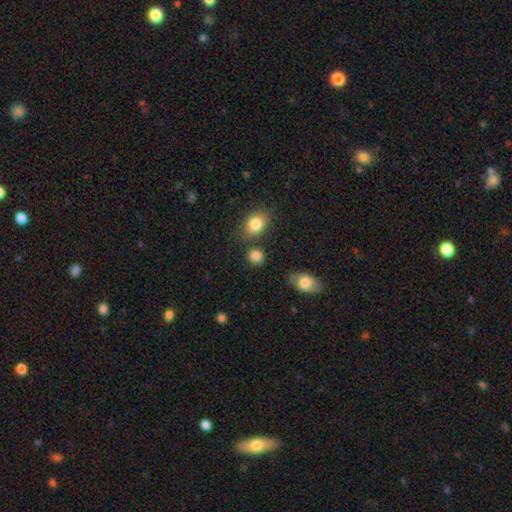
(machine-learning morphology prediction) A smooth galaxy with no disk features (85%) that is round (78%). Merging: none (79%).